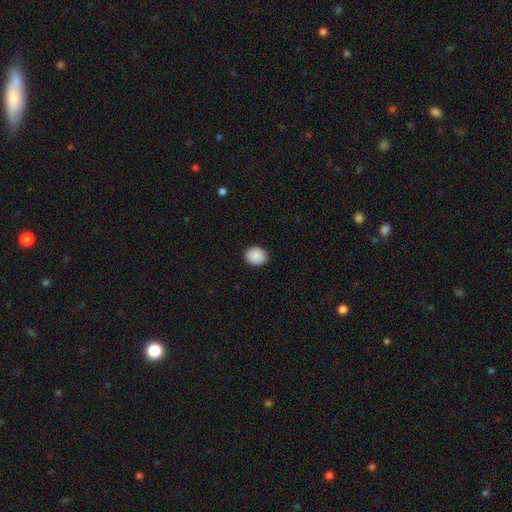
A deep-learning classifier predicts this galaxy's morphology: Q: Smooth or featured?
A: smooth (90%); runner-up: star or artifact (7%)
Q: How rounded?
A: round (55%); runner-up: in between (44%)
Q: Merging?
A: none (89%); runner-up: minor disturbance (8%)